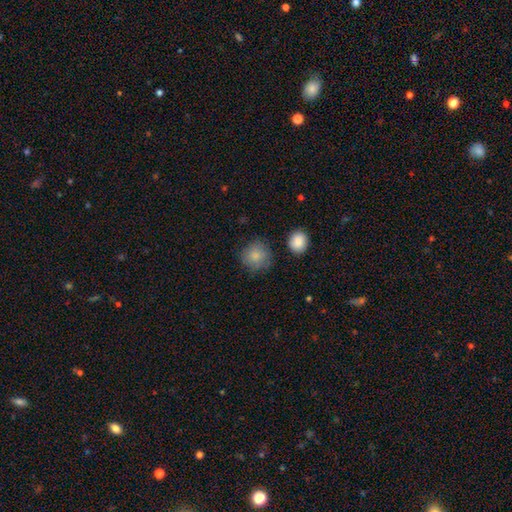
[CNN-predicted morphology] smooth 84%, star or artifact 9%, featured or disk 7%. Down the decision tree: how rounded — round (90%); merging — none (77%).